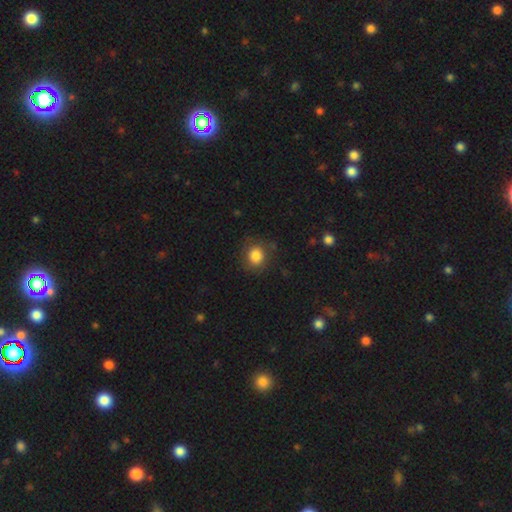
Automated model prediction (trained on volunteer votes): smooth_or_featured: smooth (p=0.83) [alt: star or artifact p=0.09]
how_rounded: round (p=0.80) [alt: in between p=0.20]
merging: none (p=0.80) [alt: minor disturbance p=0.13]